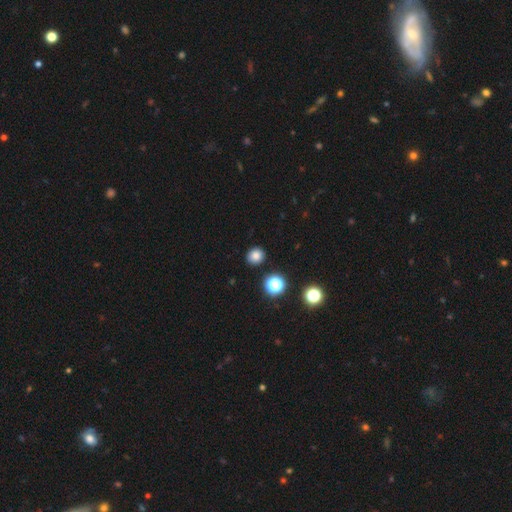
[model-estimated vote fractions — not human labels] The model was most divided on "how rounded": round: 81%, in between: 18%, cigar-shaped: 1%. More confident: merging — none (90%); smooth or featured — smooth (80%).